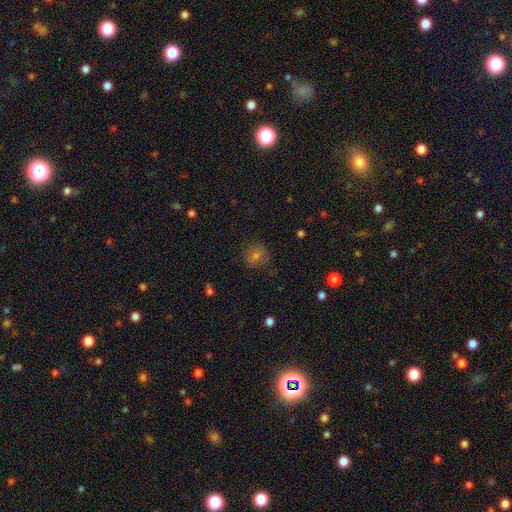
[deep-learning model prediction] The model was most divided on "smooth or featured": smooth: 62%, star or artifact: 22%, featured or disk: 16%. More confident: how rounded — round (85%); merging — none (77%).